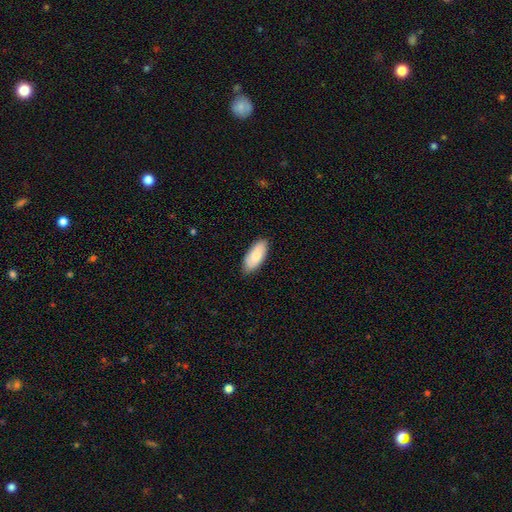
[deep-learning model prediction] Smooth or featured? Predicted: smooth (p=0.81). How rounded? Predicted: in between (p=0.87). Merging? Predicted: none (p=0.82).